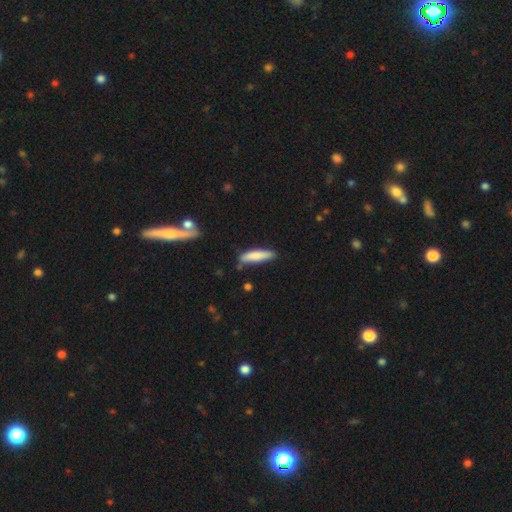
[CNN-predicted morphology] Smooth or featured: smooth — 79% (featured or disk — 15%)
How rounded: cigar-shaped — 81% (in between — 17%)
Merging: none — 79% (minor disturbance — 15%)